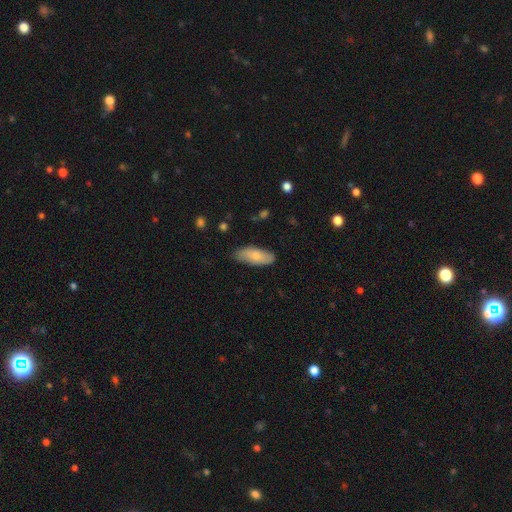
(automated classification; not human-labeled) A smooth galaxy with no disk features (75%) that is in between round and cigar-shaped (78%). Merging: none (78%).